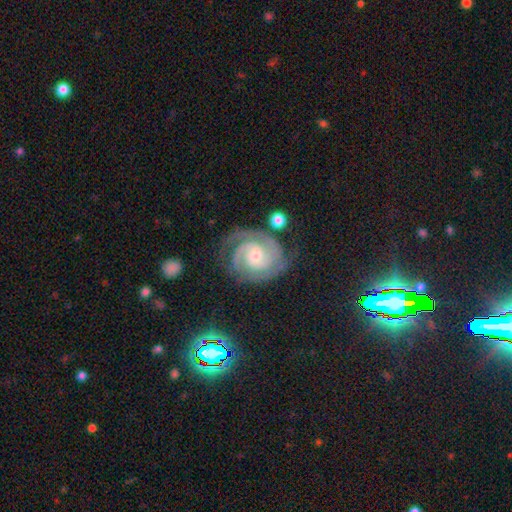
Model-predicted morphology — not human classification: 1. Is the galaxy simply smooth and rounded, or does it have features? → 89% featured or disk, 6% star or artifact, 5% smooth.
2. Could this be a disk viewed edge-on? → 98% no, 2% yes.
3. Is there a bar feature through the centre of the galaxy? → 60% no, 31% weak, 9% strong.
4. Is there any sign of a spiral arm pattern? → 98% yes, 2% no.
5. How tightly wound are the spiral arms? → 71% tight, 25% medium, 3% loose.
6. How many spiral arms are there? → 65% 2, 17% 3, 8% can't tell, 3% 1, 3% 4, 3% more than 4.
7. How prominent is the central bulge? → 61% small, 34% moderate, 2% none, 2% large, 1% dominant.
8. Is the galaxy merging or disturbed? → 74% none, 17% minor disturbance, 7% major disturbance, 3% merger.